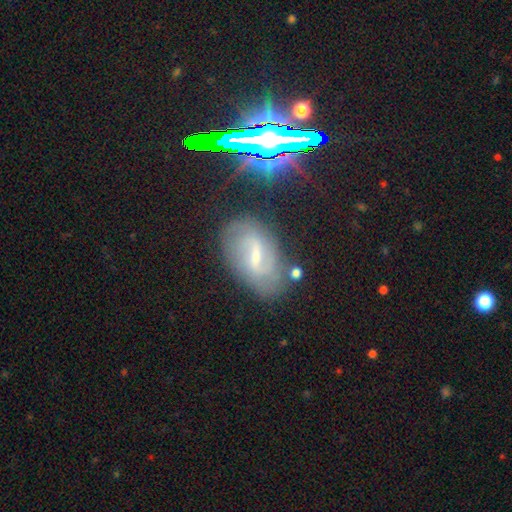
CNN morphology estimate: Q: Smooth or featured?
A: featured or disk (62%); runner-up: smooth (22%)
Q: Edge-on disk?
A: no (91%); runner-up: yes (9%)
Q: Bar?
A: weak (46%); runner-up: strong (43%)
Q: Spiral arms?
A: yes (77%); runner-up: no (23%)
Q: Bulge size?
A: small (53%); runner-up: moderate (30%)
Q: Merging?
A: none (71%); runner-up: minor disturbance (18%)